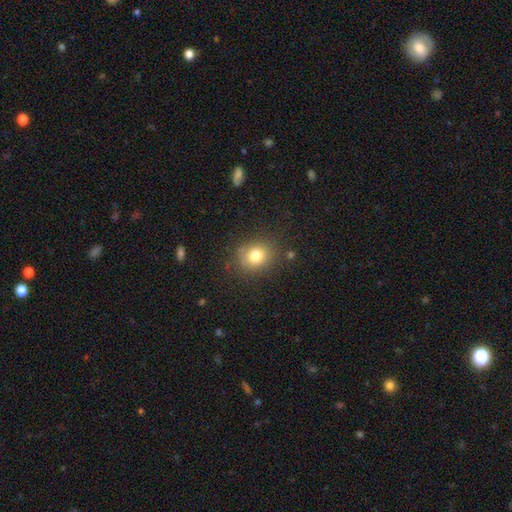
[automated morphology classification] smooth 79%, star or artifact 12%, featured or disk 9%. Down the decision tree: how rounded — round (71%); merging — none (80%).